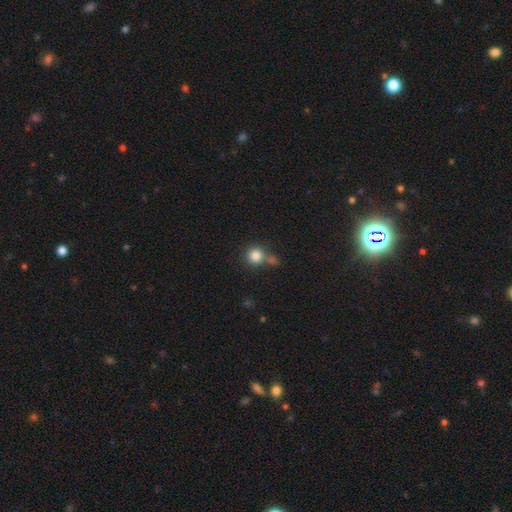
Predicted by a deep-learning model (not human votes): Smooth or featured?
  - smooth: 83% *
  - star or artifact: 11%
  - featured or disk: 6%
How rounded?
  - round: 92% *
  - in between: 7%
  - cigar-shaped: 1%
Merging?
  - none: 59% *
  - merger: 26%
  - minor disturbance: 11%
  - major disturbance: 4%